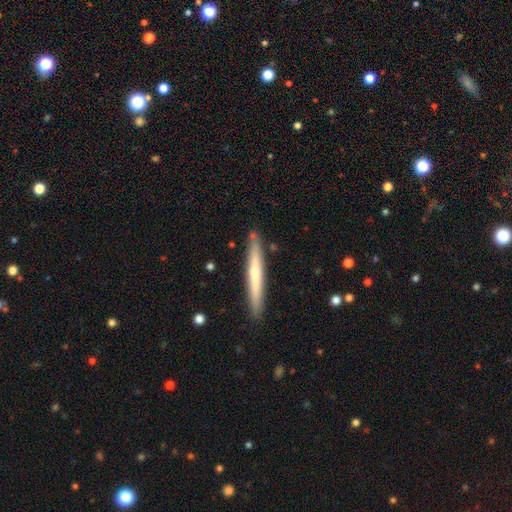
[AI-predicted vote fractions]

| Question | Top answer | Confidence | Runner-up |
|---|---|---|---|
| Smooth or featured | smooth | 50% | featured or disk (45%) |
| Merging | none | 86% | minor disturbance (9%) |